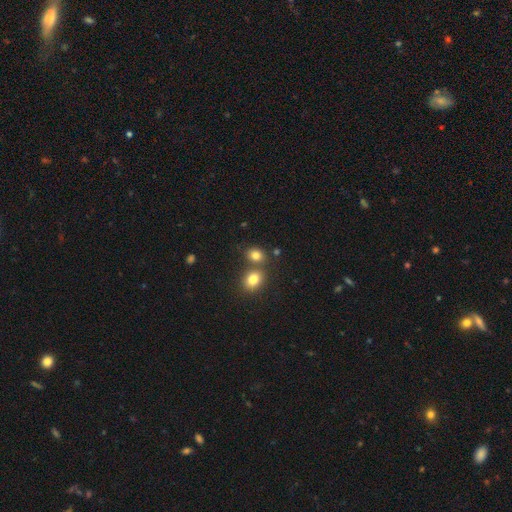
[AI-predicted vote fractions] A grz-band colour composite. It shows a smooth galaxy with no disk features (81%) that is round (51%). Merging: none (58%).